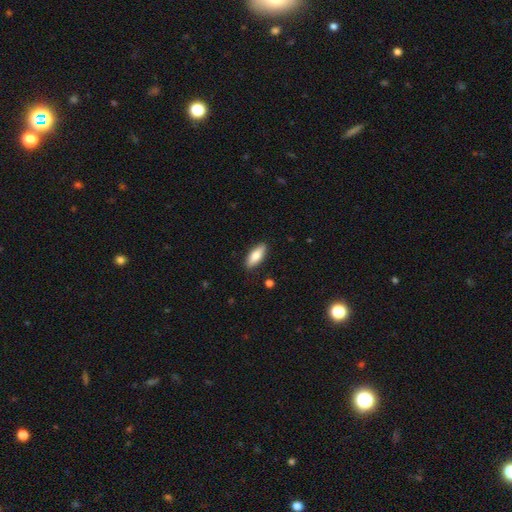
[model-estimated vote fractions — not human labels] Smooth or featured?
  - smooth: 78% *
  - featured or disk: 16%
  - star or artifact: 6%
How rounded?
  - in between: 72% *
  - cigar-shaped: 26%
  - round: 2%
Merging?
  - none: 88% *
  - minor disturbance: 9%
  - major disturbance: 2%
  - merger: 1%